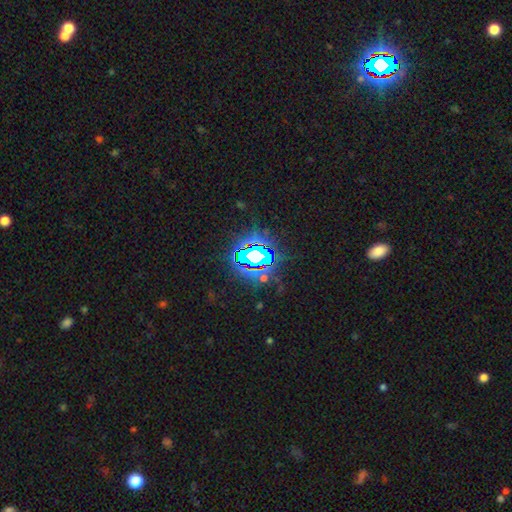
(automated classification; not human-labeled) Morphology: type=star or artifact (74%).